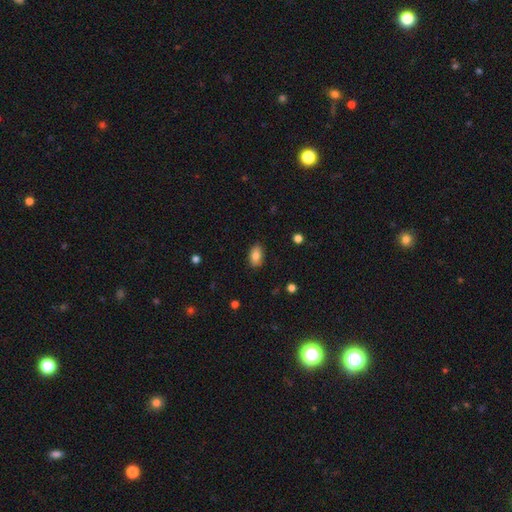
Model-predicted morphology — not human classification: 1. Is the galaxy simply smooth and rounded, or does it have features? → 84% smooth, 8% featured or disk, 8% star or artifact.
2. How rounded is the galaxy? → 91% in between, 6% round, 3% cigar-shaped.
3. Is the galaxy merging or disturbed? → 86% none, 10% minor disturbance, 2% major disturbance, 1% merger.